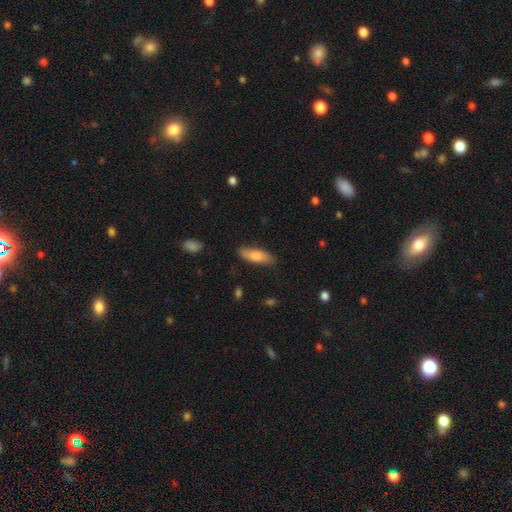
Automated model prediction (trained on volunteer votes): A smooth galaxy with no disk features (80%) that is in between round and cigar-shaped (57%).

Vote fractions:
- Smooth or featured? smooth: 80% / featured or disk: 14% / star or artifact: 6%
- How rounded? in between: 57% / cigar-shaped: 41% / round: 2%
- Merging? none: 80% / minor disturbance: 15% / major disturbance: 3% / merger: 2%